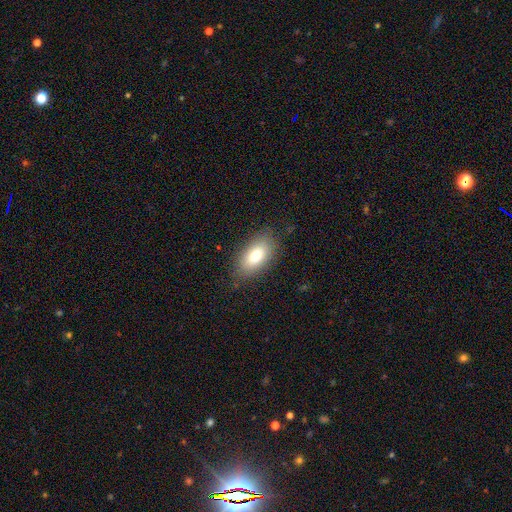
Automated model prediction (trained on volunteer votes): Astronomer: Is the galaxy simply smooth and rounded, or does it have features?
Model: smooth — 76%.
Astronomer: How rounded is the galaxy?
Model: in between — 90%.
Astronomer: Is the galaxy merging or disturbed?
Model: none — 83%.